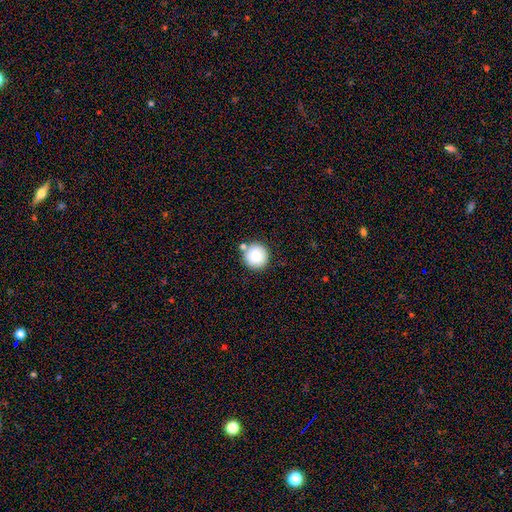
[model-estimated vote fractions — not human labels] This is clearly a smooth galaxy (80%). How rounded: clearly round (95%). Merging: likely none (80%).